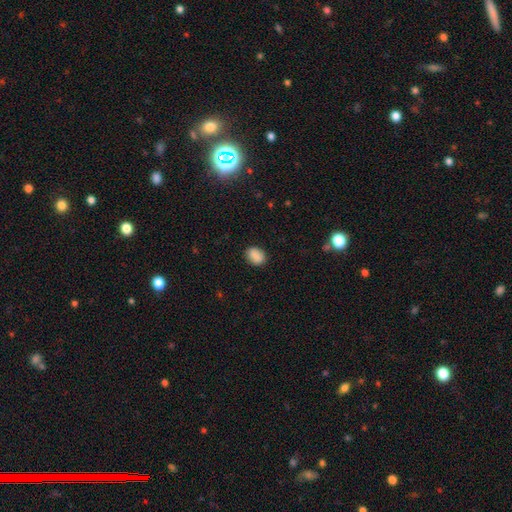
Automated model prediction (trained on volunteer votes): smooth_or_featured: smooth (p=0.88) [alt: star or artifact p=0.08]
how_rounded: in between (p=0.69) [alt: round p=0.30]
merging: none (p=0.86) [alt: minor disturbance p=0.10]